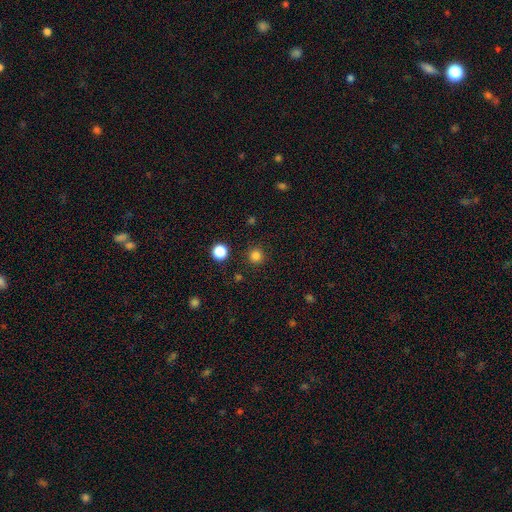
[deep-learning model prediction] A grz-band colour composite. It shows a smooth galaxy with no disk features (82%) that is round (95%). Merging: none (90%).